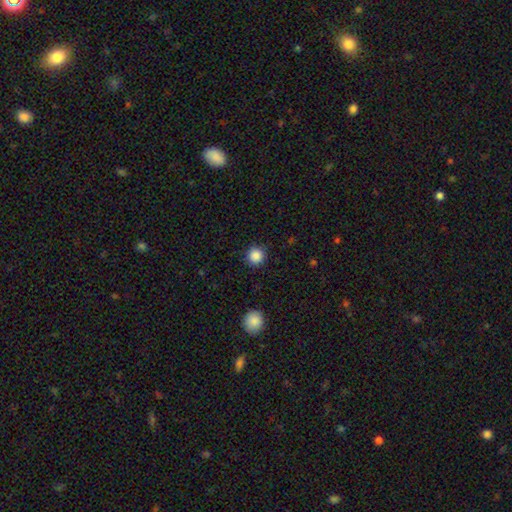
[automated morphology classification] Q: Smooth or featured?
A: smooth (87%); runner-up: star or artifact (10%)
Q: How rounded?
A: round (95%); runner-up: in between (4%)
Q: Merging?
A: none (91%); runner-up: minor disturbance (6%)